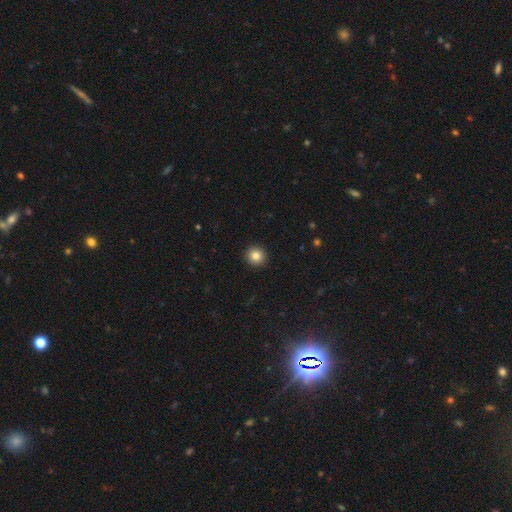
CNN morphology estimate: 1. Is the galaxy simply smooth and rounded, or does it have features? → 83% smooth, 11% star or artifact, 6% featured or disk.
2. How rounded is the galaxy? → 94% round, 5% in between, 1% cigar-shaped.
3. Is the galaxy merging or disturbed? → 93% none, 4% minor disturbance, 1% major disturbance, 1% merger.